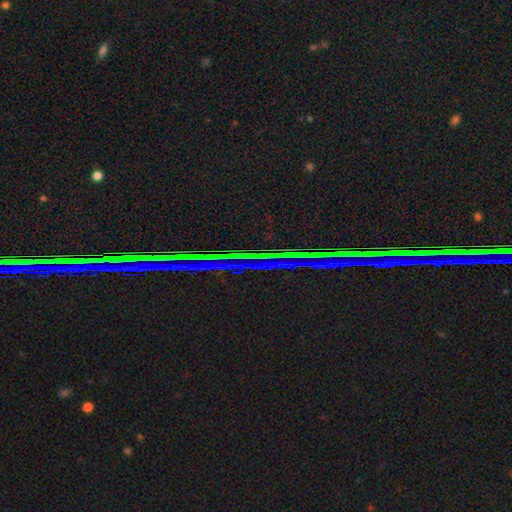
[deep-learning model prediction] This is clearly a star or artifact rather than a galaxy (89%).